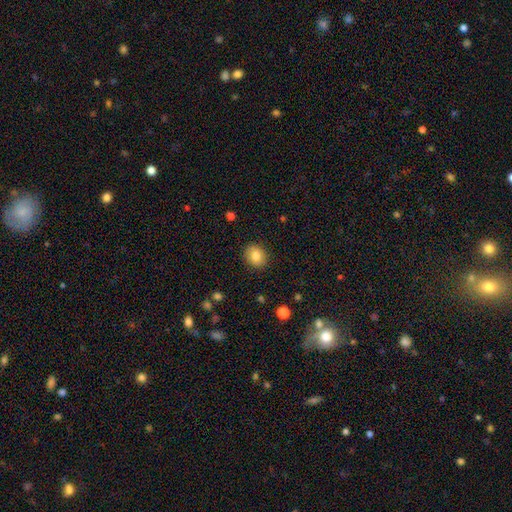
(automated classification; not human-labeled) Smooth or featured?
  - smooth: 83% *
  - star or artifact: 9%
  - featured or disk: 8%
How rounded?
  - round: 62% *
  - in between: 37%
  - cigar-shaped: 1%
Merging?
  - none: 89% *
  - minor disturbance: 8%
  - major disturbance: 2%
  - merger: 1%